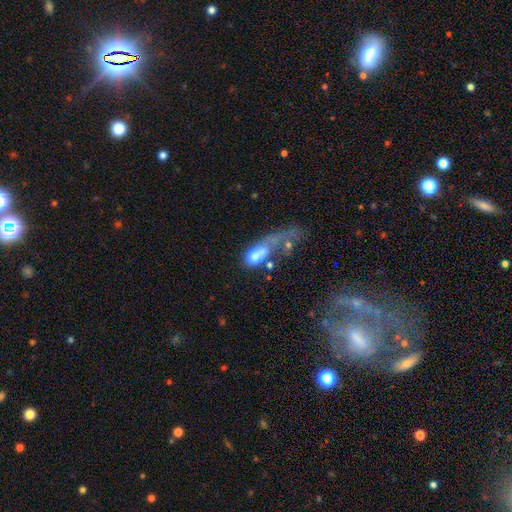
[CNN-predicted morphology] This is likely a smooth galaxy (61%). How rounded: likely in between (77%). Merging: possibly major disturbance (51%).